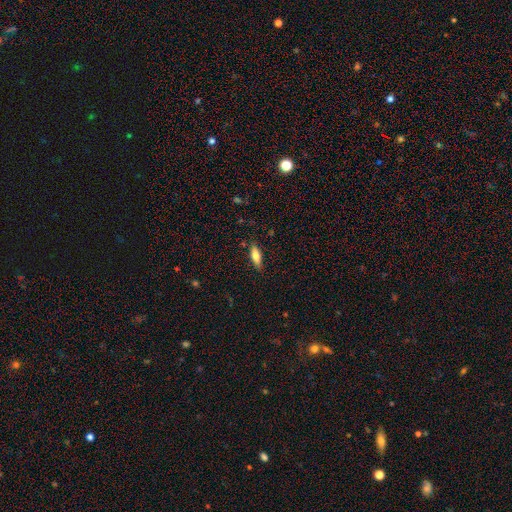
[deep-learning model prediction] This is likely a smooth galaxy (74%). How rounded: possibly in between (57%). Merging: clearly none (85%).